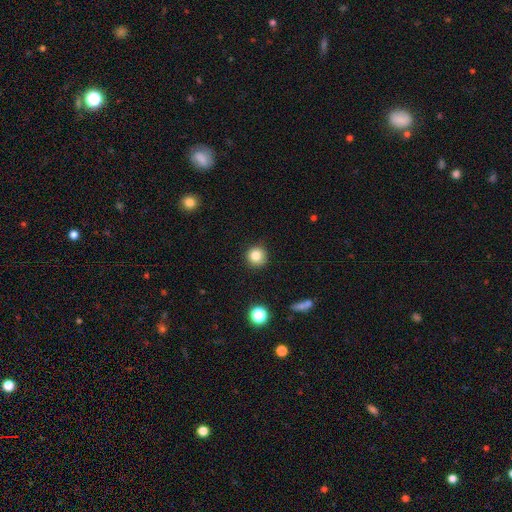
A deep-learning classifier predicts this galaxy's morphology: smooth-or-featured: smooth: 82% | star or artifact: 12% | featured or disk: 6%
  how-rounded: round: 94% | in between: 5% | cigar-shaped: 1%
  merging: none: 90% | minor disturbance: 7% | major disturbance: 2% | merger: 1%